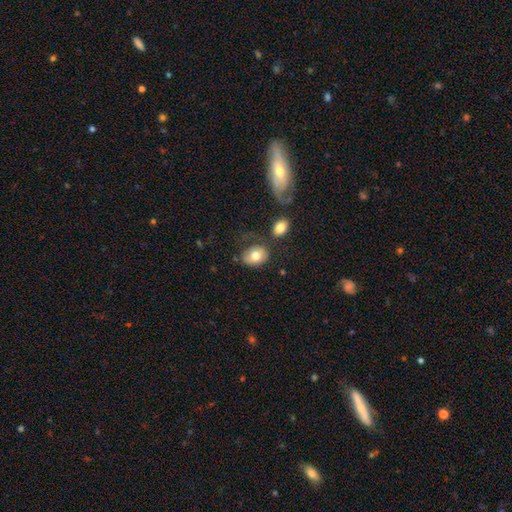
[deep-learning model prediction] A smooth galaxy with no disk features (74%) that is in between round and cigar-shaped (65%).

Vote fractions:
- Smooth or featured? smooth: 74% / featured or disk: 19% / star or artifact: 7%
- How rounded? in between: 65% / round: 34% / cigar-shaped: 1%
- Merging? none: 58% / minor disturbance: 22% / major disturbance: 11% / merger: 9%